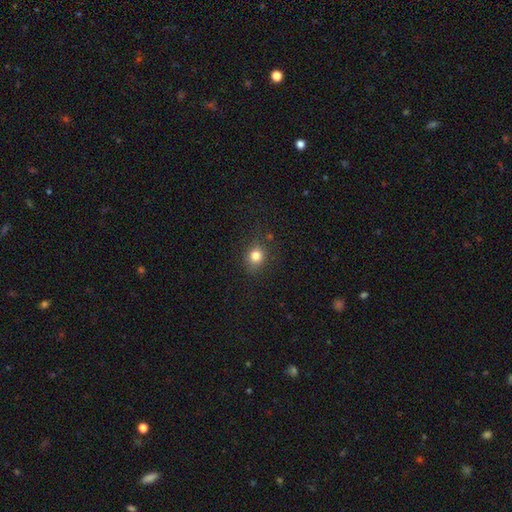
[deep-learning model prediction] A smooth galaxy with no disk features (80%) that is round (68%).

Vote fractions:
- Smooth or featured? smooth: 80% / star or artifact: 13% / featured or disk: 7%
- How rounded? round: 68% / in between: 30% / cigar-shaped: 1%
- Merging? none: 80% / minor disturbance: 14% / major disturbance: 4% / merger: 2%